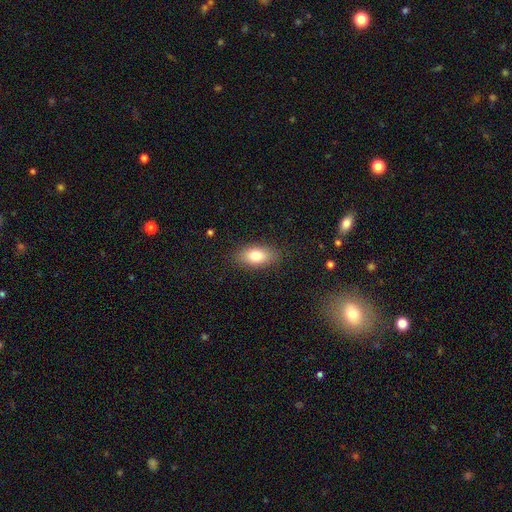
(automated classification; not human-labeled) This is likely a smooth galaxy (79%). How rounded: clearly in between (87%). Merging: clearly none (86%).